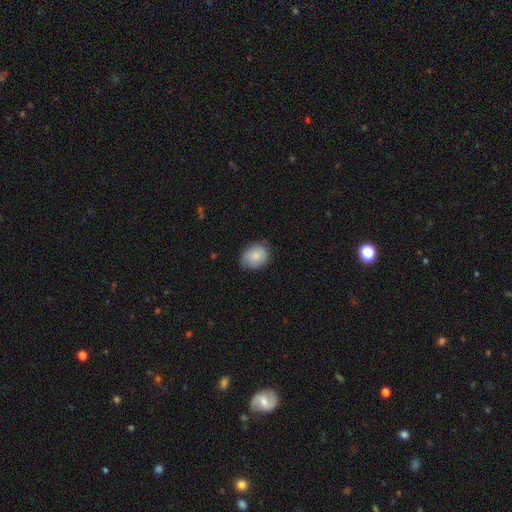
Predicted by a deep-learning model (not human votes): The model was most divided on "how rounded": in between: 59%, round: 40%, cigar-shaped: 1%. More confident: smooth or featured — smooth (81%); merging — none (72%).